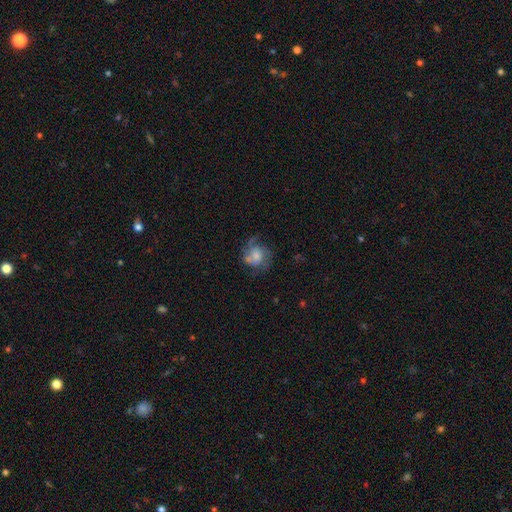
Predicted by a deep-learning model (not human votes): The model was most divided on "bulge size" (2-way tie): moderate: 35%, small: 35%, none: 14%, large: 13%, dominant: 3%. Remaining: edge-on disk — no (98%); spiral arms — yes (77%); bar — no (75%); smooth or featured — featured or disk (53%); merging — none (46%).